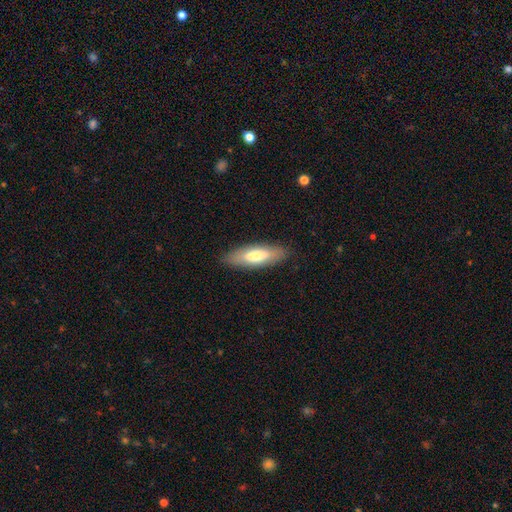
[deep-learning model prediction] Smooth or featured? Predicted: smooth (p=0.65). How rounded? Predicted: in between (p=0.55). Merging? Predicted: none (p=0.87).